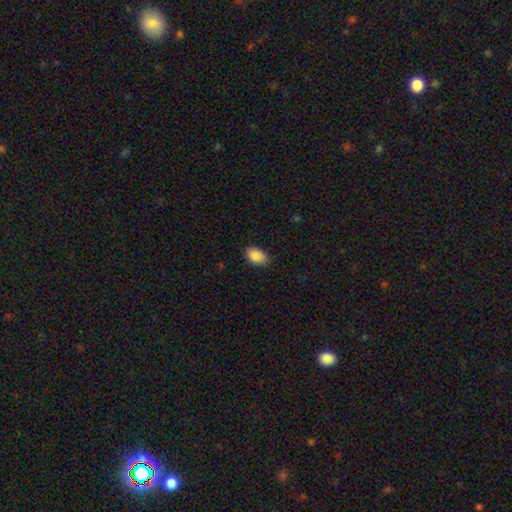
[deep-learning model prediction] smooth 89%, star or artifact 7%, featured or disk 3%. Down the decision tree: how rounded — in between (88%); merging — none (81%).